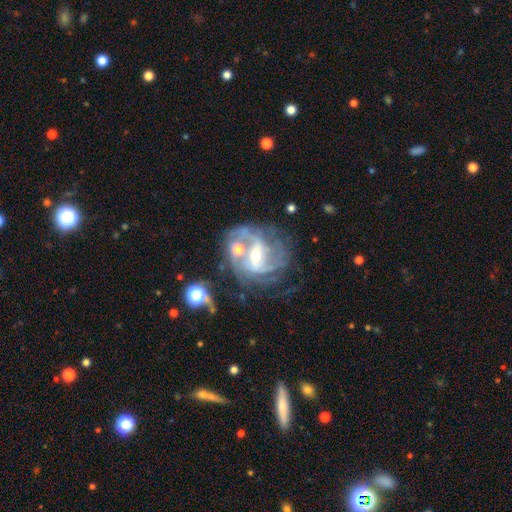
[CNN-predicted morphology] The model was most divided on "bar": strong: 41%, weak: 40%, no: 20%. Remaining: edge-on disk — no (97%); spiral arms — yes (92%); smooth or featured — featured or disk (85%); bulge size — moderate (52%); spiral winding — medium (46%); merging — none (46%); spiral arm count — 2 (45%).